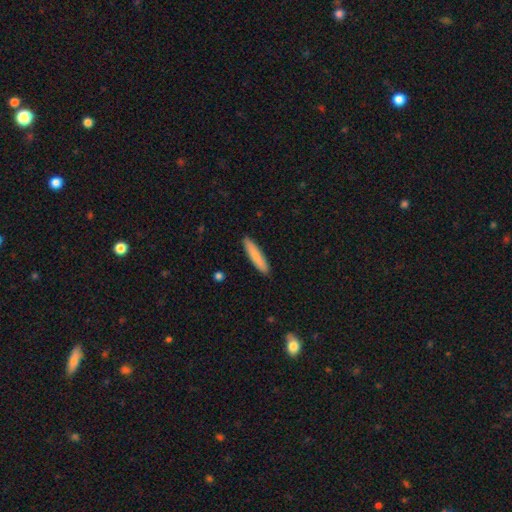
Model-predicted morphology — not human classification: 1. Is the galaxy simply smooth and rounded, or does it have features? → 82% smooth, 13% featured or disk, 6% star or artifact.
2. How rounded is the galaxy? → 88% cigar-shaped, 11% in between, 1% round.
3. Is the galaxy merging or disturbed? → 90% none, 7% minor disturbance, 1% major disturbance, 1% merger.